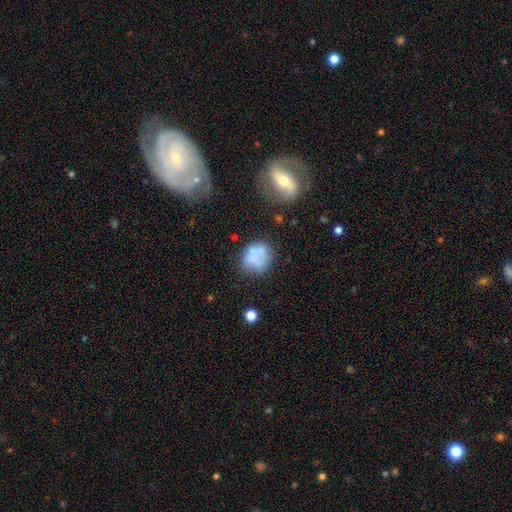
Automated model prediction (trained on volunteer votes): Smooth or featured: smooth — 64% (featured or disk — 25%)
How rounded: round — 76% (in between — 23%)
Merging: none — 54% (minor disturbance — 22%)